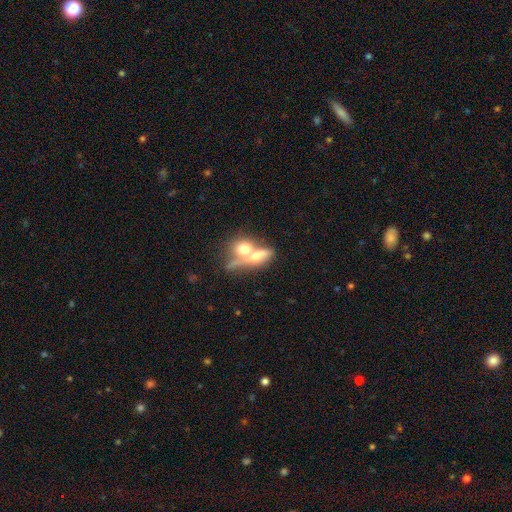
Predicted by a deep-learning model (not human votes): smooth-or-featured: smooth: 51% | featured or disk: 38% | star or artifact: 11%
  how-rounded: in between: 47% | round: 33% | cigar-shaped: 20%
  merging: merger: 66% | none: 21% | minor disturbance: 7% | major disturbance: 6%